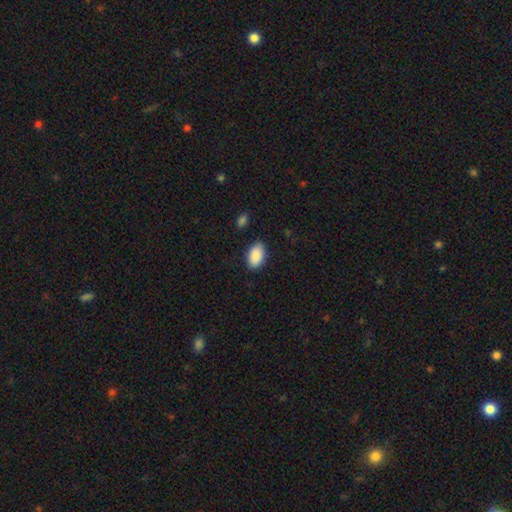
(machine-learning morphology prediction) Q: Smooth or featured?
A: smooth (90%); runner-up: star or artifact (6%)
Q: How rounded?
A: in between (93%); runner-up: round (5%)
Q: Merging?
A: none (87%); runner-up: minor disturbance (10%)